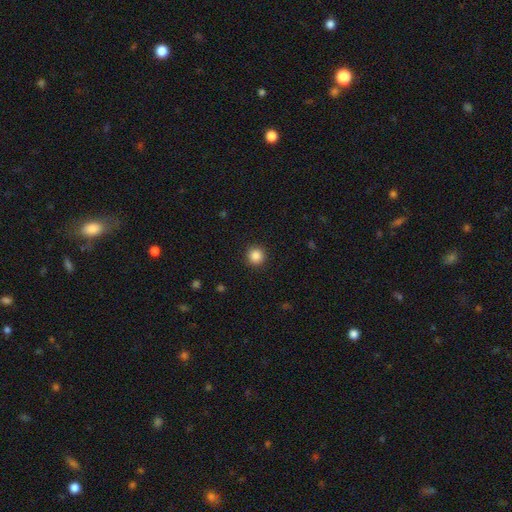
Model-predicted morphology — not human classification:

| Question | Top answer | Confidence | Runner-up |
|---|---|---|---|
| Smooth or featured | smooth | 87% | star or artifact (10%) |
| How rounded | round | 95% | in between (4%) |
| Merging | none | 92% | minor disturbance (5%) |